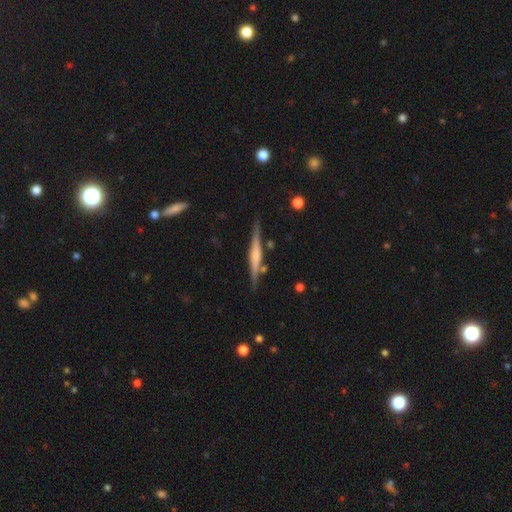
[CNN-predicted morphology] type=featured or disk (71%); edge-on=yes (98%); edge-on bulge=rounded (62%); merging=none (84%).